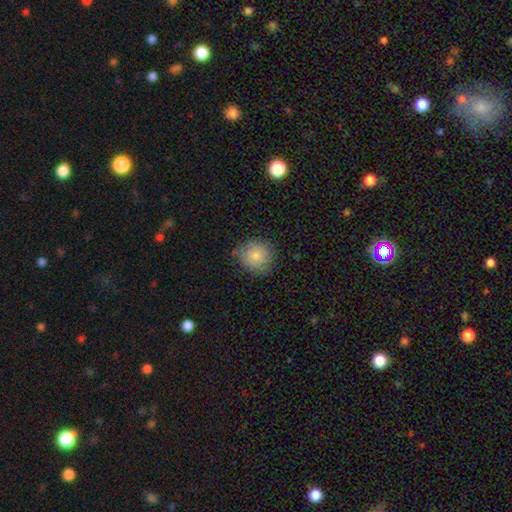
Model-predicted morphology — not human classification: This is clearly a smooth galaxy (83%). How rounded: clearly round (89%). Merging: likely none (77%).